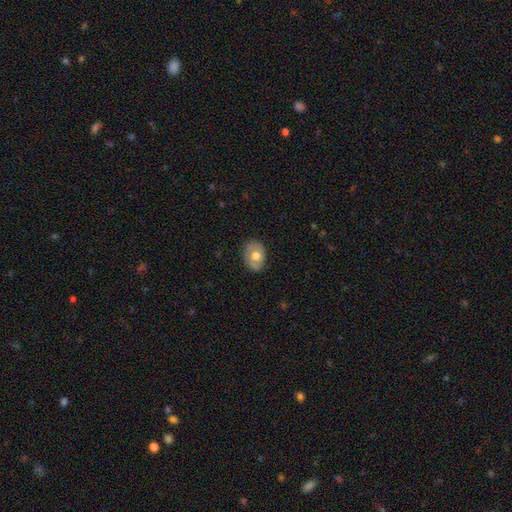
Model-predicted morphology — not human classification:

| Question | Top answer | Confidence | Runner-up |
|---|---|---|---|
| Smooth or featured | smooth | 61% | featured or disk (31%) |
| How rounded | in between | 70% | round (29%) |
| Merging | none | 73% | minor disturbance (21%) |